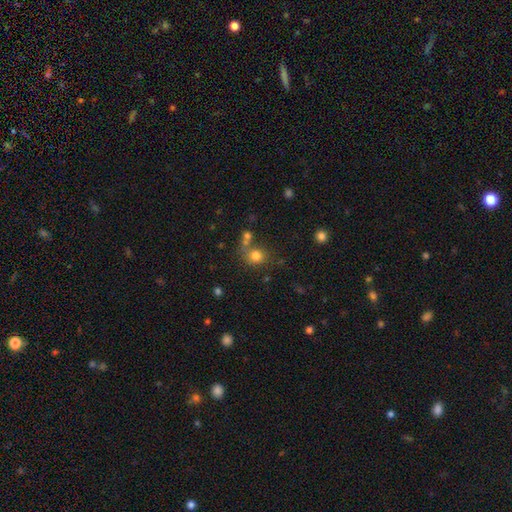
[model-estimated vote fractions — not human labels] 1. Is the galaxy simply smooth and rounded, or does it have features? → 78% smooth, 14% star or artifact, 9% featured or disk.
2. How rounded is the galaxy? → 79% round, 20% in between, 1% cigar-shaped.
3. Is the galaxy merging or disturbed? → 60% none, 21% merger, 13% minor disturbance, 7% major disturbance.